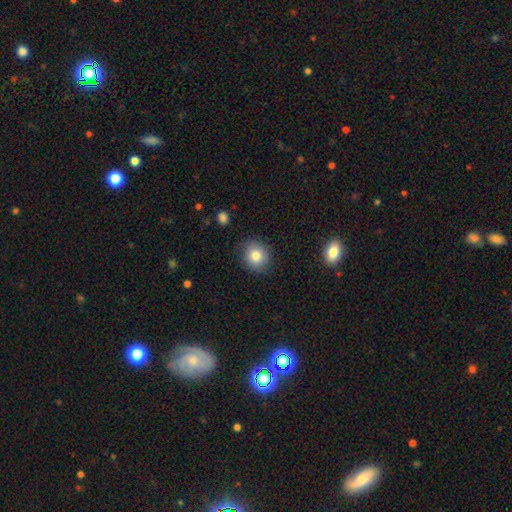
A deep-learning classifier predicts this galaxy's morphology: Smooth or featured? Predicted: smooth (p=0.81). How rounded? Predicted: round (p=0.80). Merging? Predicted: none (p=0.84).